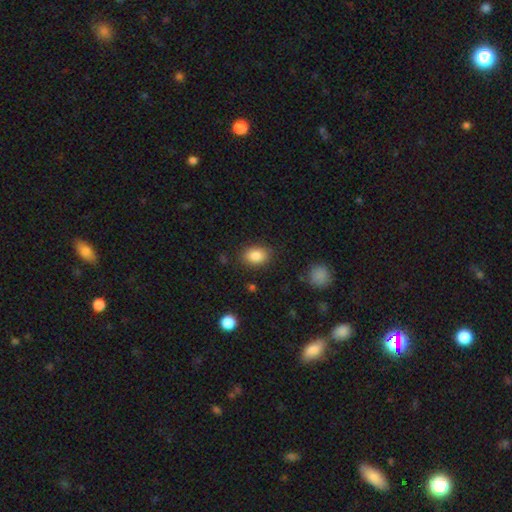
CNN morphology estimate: A smooth galaxy with no disk features (86%) that is in between round and cigar-shaped (73%).

Vote fractions:
- Smooth or featured? smooth: 86% / star or artifact: 9% / featured or disk: 5%
- How rounded? in between: 73% / round: 26% / cigar-shaped: 1%
- Merging? none: 84% / minor disturbance: 11% / major disturbance: 4% / merger: 2%